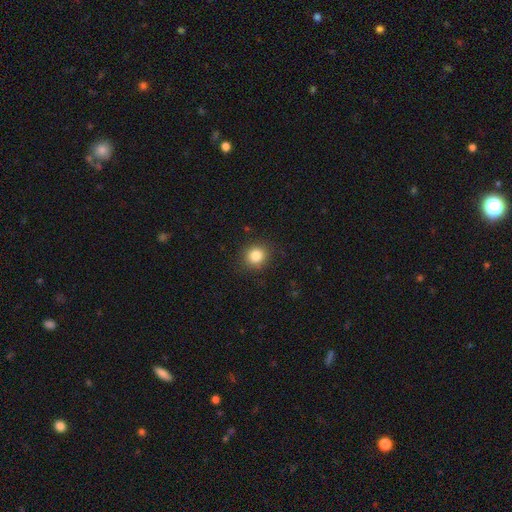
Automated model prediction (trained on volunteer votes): A smooth galaxy with no disk features (84%) that is round (87%). Merging: none (89%).